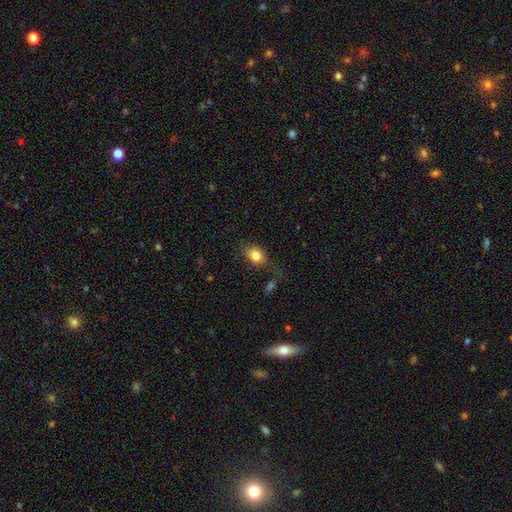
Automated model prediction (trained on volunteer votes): Morphology: type=smooth (81%); roundness=in between (57%); merging=none (61%).